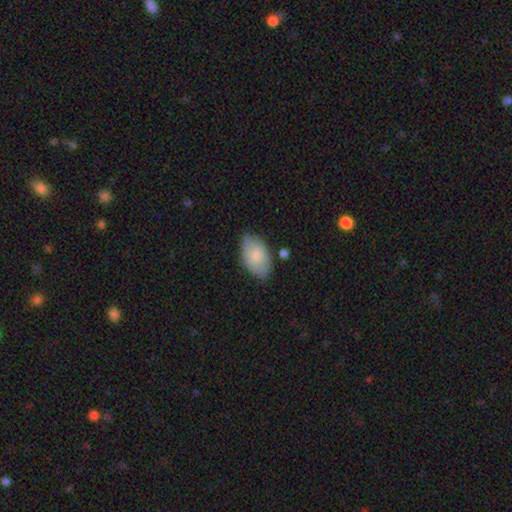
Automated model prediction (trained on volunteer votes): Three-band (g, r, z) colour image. It shows a smooth galaxy with no disk features (77%) that is in between round and cigar-shaped (93%). Merging: none (71%).